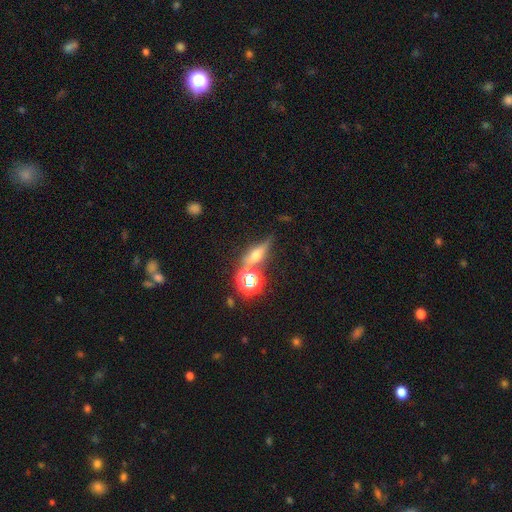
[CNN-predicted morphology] smooth_or_featured: featured or disk (p=0.44) [alt: smooth p=0.33]
merging: none (p=0.65) [alt: merger p=0.15]